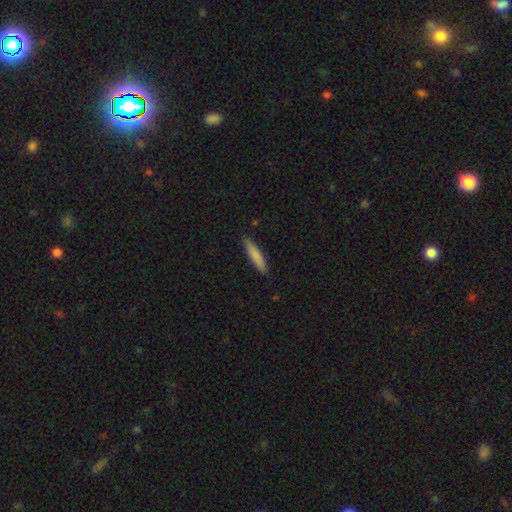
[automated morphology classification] Smooth or featured? smooth (82%)
How rounded? cigar-shaped (86%)
Merging? none (88%)